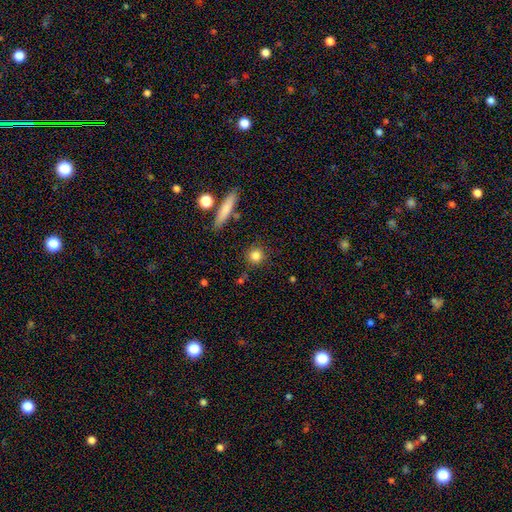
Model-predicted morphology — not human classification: The model was most divided on "smooth or featured": smooth: 82%, star or artifact: 10%, featured or disk: 8%. More confident: how rounded — round (88%); merging — none (84%).